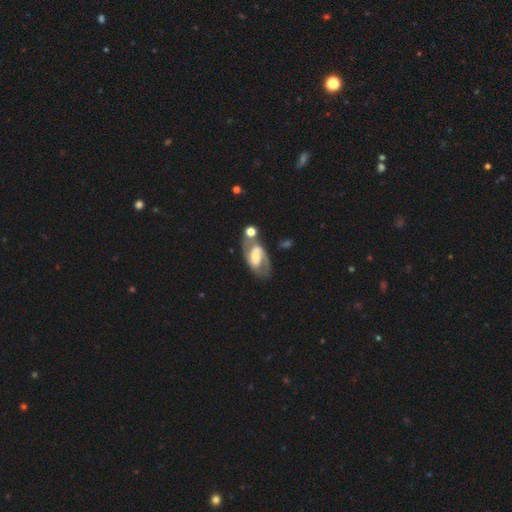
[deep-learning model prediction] The model was most divided on "bar": weak: 42%, strong: 38%, no: 20%. Remaining: edge-on disk — no (96%); spiral arms — yes (91%); spiral arm count — 2 (86%); smooth or featured — featured or disk (81%); merging — none (60%); spiral winding — medium (52%); bulge size — moderate (50%).